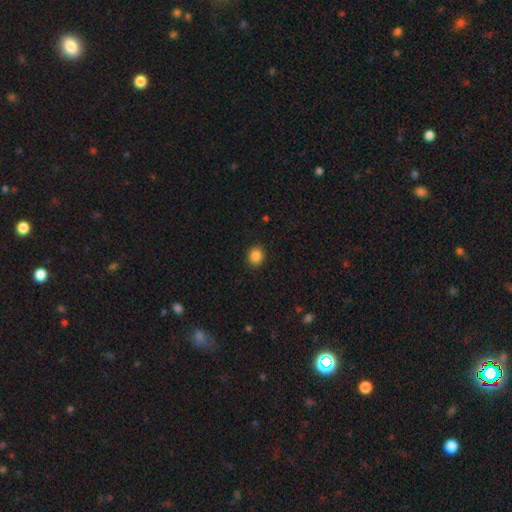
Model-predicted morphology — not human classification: Overall: smooth (87%). How rounded: round (66%; in between 33%). Merging: none (90%).